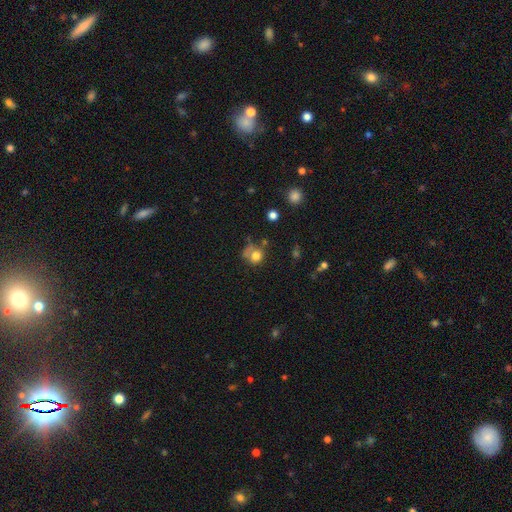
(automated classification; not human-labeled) The model was most divided on "merging": none: 45%, minor disturbance: 21%, merger: 17%, major disturbance: 17%. More confident: how rounded — round (78%); smooth or featured — smooth (74%).